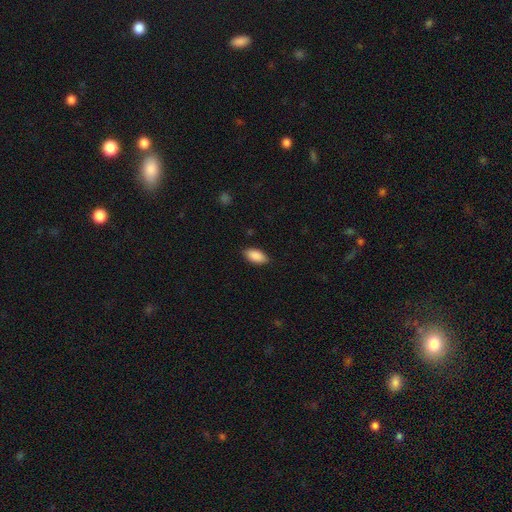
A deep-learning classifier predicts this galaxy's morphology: Smooth or featured? smooth (90%)
How rounded? in between (93%)
Merging? none (85%)